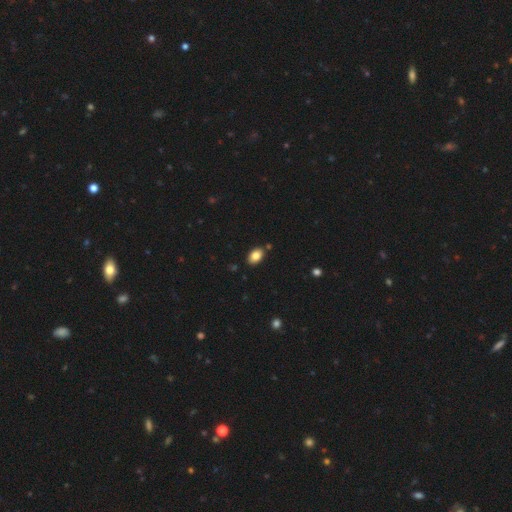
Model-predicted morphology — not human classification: Smooth or featured: smooth — 85% (star or artifact — 9%)
How rounded: in between — 88% (round — 11%)
Merging: none — 85% (minor disturbance — 10%)